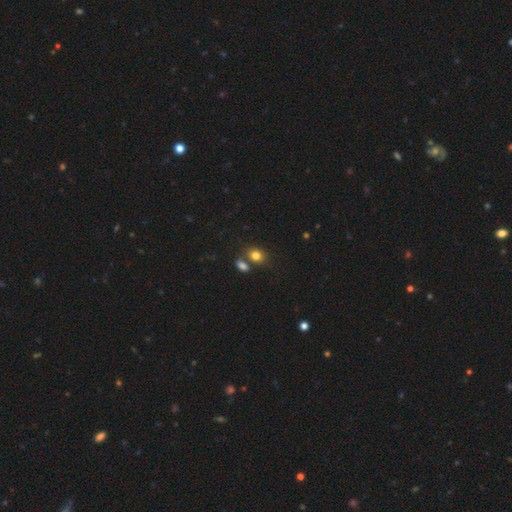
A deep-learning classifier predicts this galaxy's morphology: type=smooth (81%); roundness=in between (50%); merging=none (58%).